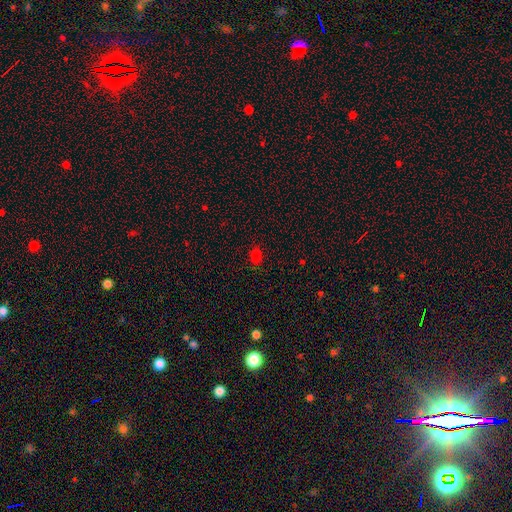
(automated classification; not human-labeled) Morphology: type=smooth (77%); roundness=in between (52%); merging=none (86%).